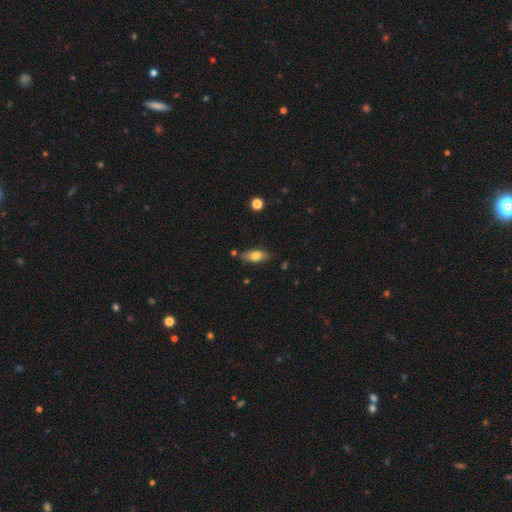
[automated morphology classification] The model was most divided on "smooth or featured": smooth: 73%, featured or disk: 20%, star or artifact: 7%. More confident: how rounded — in between (80%); merging — none (78%).